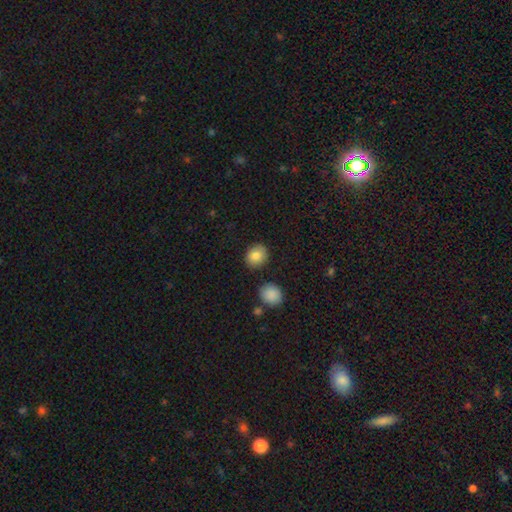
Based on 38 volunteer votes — This is clearly a smooth galaxy (84%). How rounded: clearly round (81%). Merging: clearly none (81%).